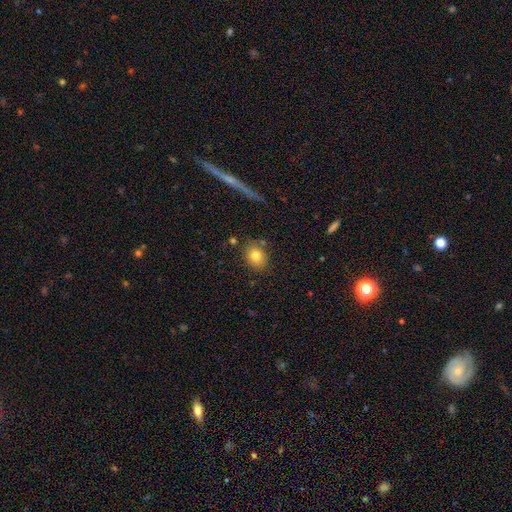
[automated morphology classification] Q: Smooth or featured?
A: smooth (79%); runner-up: star or artifact (11%)
Q: How rounded?
A: round (65%); runner-up: in between (34%)
Q: Merging?
A: none (80%); runner-up: minor disturbance (12%)